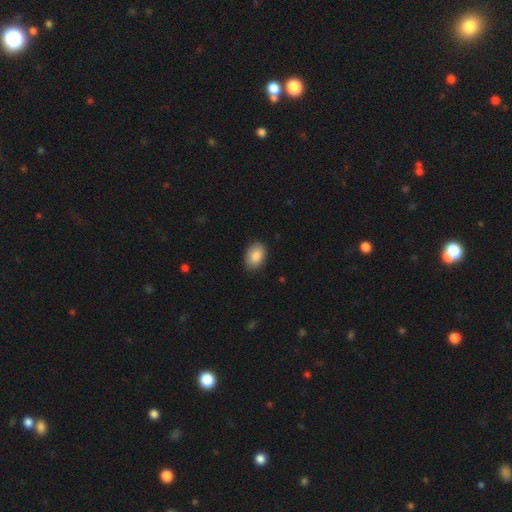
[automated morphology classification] smooth_or_featured: smooth (p=0.87) [alt: star or artifact p=0.07]
how_rounded: in between (p=0.87) [alt: round p=0.12]
merging: none (p=0.85) [alt: minor disturbance p=0.11]